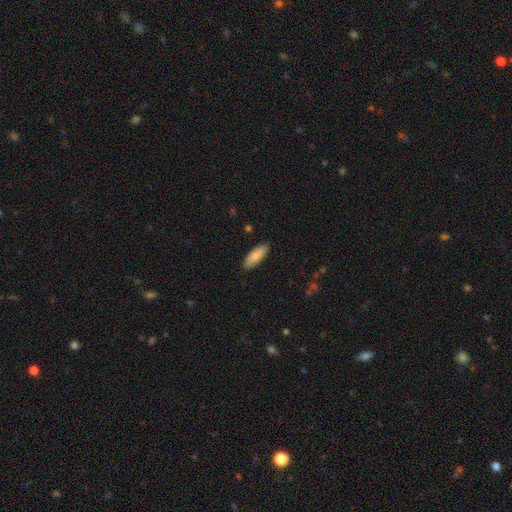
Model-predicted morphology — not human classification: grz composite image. It shows a smooth galaxy with no disk features (87%) that is in between round and cigar-shaped (65%). Merging: none (88%).